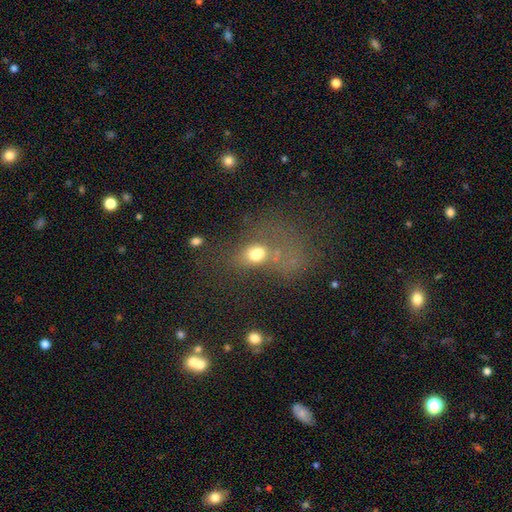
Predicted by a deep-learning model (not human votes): Smooth or featured? Predicted: smooth (p=0.55). How rounded? Predicted: in between (p=0.65). Merging? Predicted: major disturbance (p=0.33).